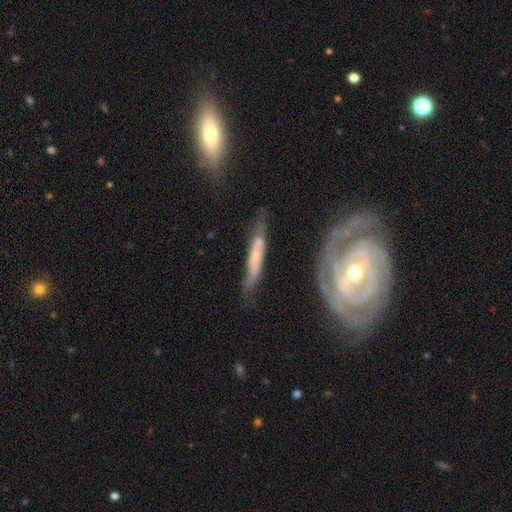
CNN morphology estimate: This appears to be a featured or disk galaxy (61%) viewed edge-on (58%). Merging: none (62%).